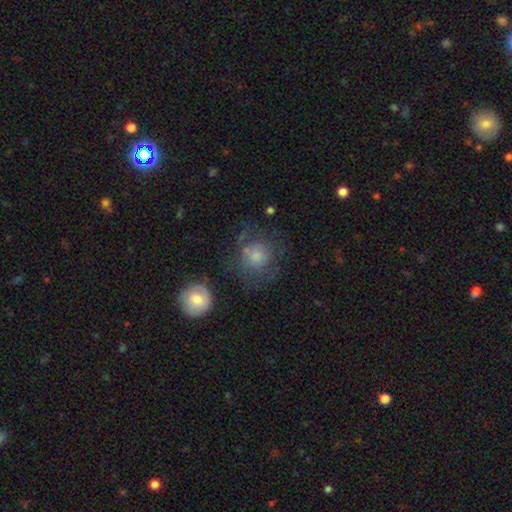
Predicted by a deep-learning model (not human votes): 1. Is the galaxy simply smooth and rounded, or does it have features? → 57% smooth, 29% featured or disk, 14% star or artifact.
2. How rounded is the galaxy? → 87% round, 12% in between, 1% cigar-shaped.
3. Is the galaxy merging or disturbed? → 59% none, 19% major disturbance, 18% minor disturbance, 5% merger.